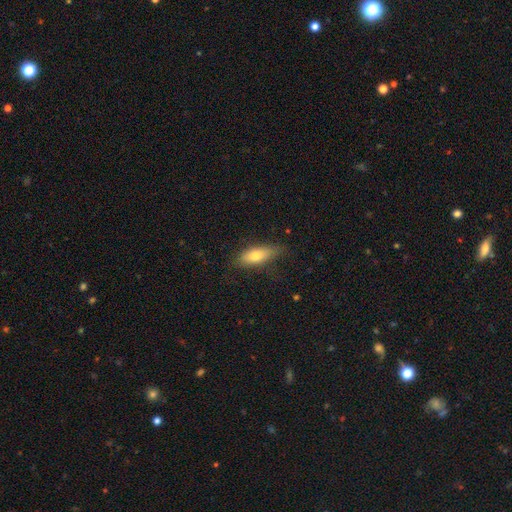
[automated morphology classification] This appears to be a smooth galaxy with no disk features (73%) that is in between round and cigar-shaped (60%). Merging: none (73%).